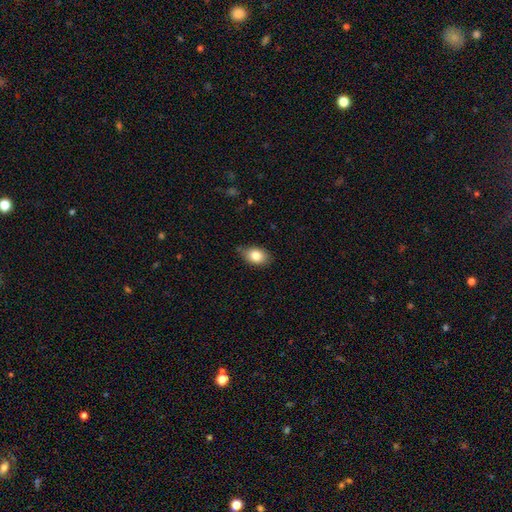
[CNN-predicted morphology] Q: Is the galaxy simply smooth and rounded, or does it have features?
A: smooth — 82%.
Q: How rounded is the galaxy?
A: in between — 84%.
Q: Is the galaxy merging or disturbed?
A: none — 76%.